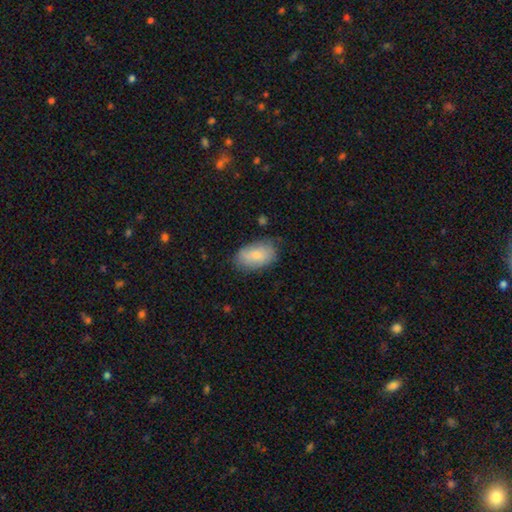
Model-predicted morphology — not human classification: A smooth galaxy with no disk features (78%) that is in between round and cigar-shaped (93%).

Vote fractions:
- Smooth or featured? smooth: 78% / featured or disk: 15% / star or artifact: 7%
- How rounded? in between: 93% / round: 6% / cigar-shaped: 2%
- Merging? none: 72% / minor disturbance: 21% / major disturbance: 5% / merger: 2%